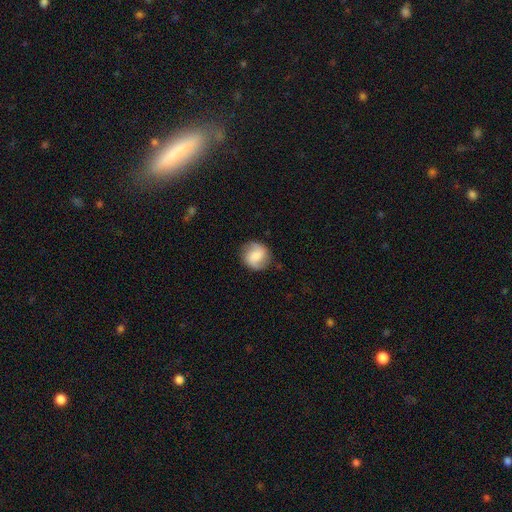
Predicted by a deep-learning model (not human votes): A smooth galaxy with no disk features (48%).

Vote fractions:
- Smooth or featured? smooth: 48% / featured or disk: 45% / star or artifact: 8%
- Merging? none: 84% / minor disturbance: 11% / major disturbance: 4% / merger: 1%